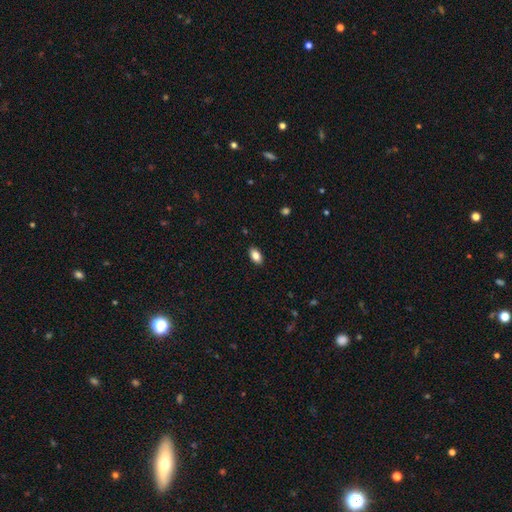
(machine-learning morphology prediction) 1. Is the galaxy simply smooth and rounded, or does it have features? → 84% smooth, 8% star or artifact, 8% featured or disk.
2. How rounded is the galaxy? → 91% in between, 6% round, 3% cigar-shaped.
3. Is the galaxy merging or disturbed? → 88% none, 9% minor disturbance, 2% major disturbance, 1% merger.